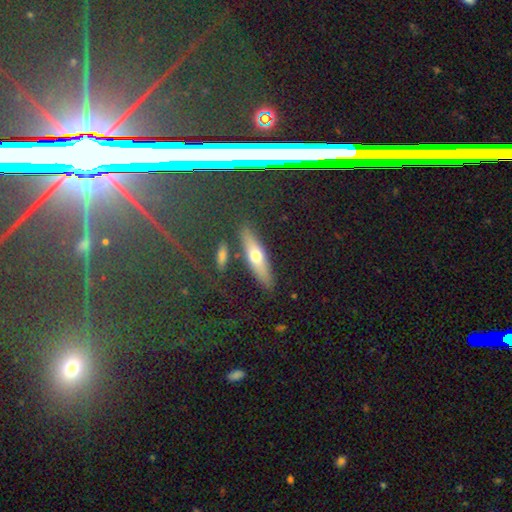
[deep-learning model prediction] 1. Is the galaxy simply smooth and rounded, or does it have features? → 56% smooth, 36% featured or disk, 8% star or artifact.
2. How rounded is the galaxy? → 64% cigar-shaped, 32% in between, 4% round.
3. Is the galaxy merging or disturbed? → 82% none, 10% minor disturbance, 5% merger, 3% major disturbance.